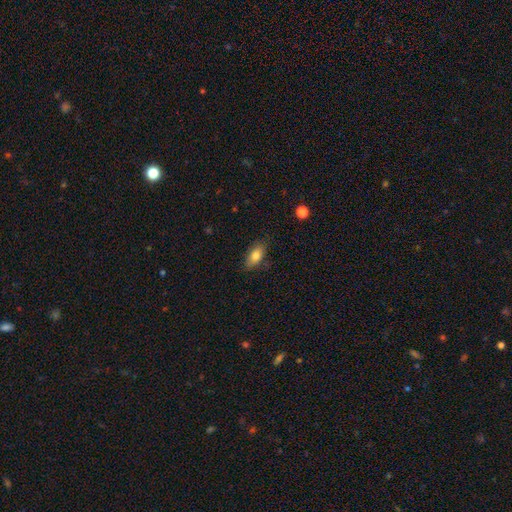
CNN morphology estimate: Smooth or featured?
  - smooth: 80% *
  - featured or disk: 13%
  - star or artifact: 8%
How rounded?
  - in between: 87% *
  - cigar-shaped: 9%
  - round: 5%
Merging?
  - none: 82% *
  - minor disturbance: 14%
  - major disturbance: 3%
  - merger: 1%